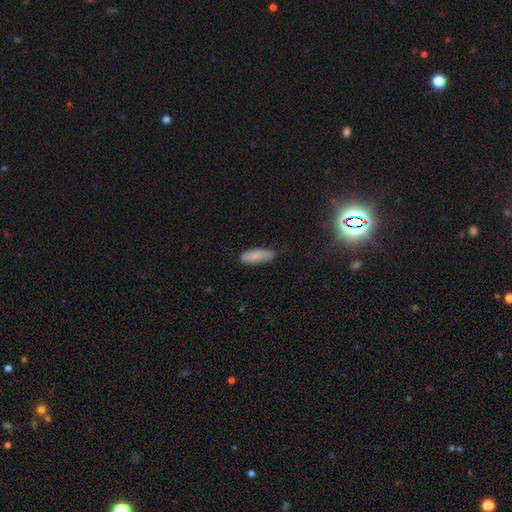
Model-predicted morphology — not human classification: Smooth or featured?
  - smooth: 81% *
  - featured or disk: 12%
  - star or artifact: 7%
How rounded?
  - in between: 57% *
  - cigar-shaped: 41%
  - round: 2%
Merging?
  - none: 82% *
  - minor disturbance: 15%
  - major disturbance: 3%
  - merger: 1%